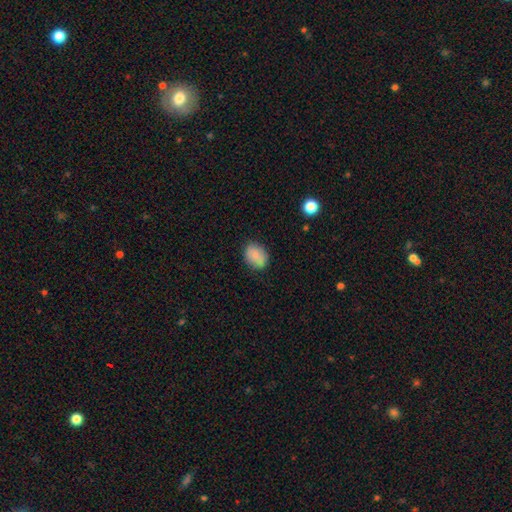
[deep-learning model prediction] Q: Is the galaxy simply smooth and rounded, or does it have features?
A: smooth — 83%.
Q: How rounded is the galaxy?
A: in between — 62%.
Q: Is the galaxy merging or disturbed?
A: none — 82%.